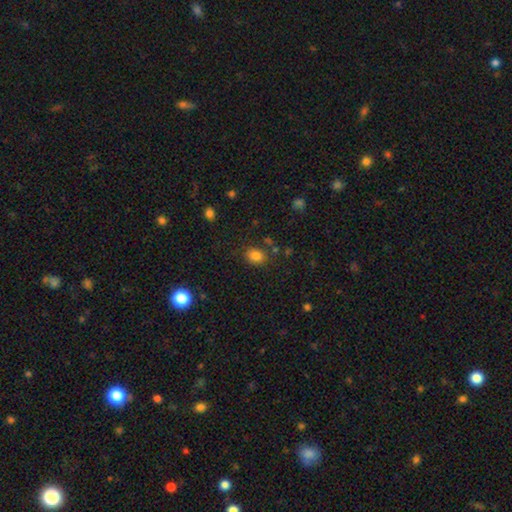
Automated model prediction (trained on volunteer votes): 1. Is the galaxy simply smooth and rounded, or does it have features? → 82% smooth, 13% star or artifact, 5% featured or disk.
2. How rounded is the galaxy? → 51% in between, 48% round, 1% cigar-shaped.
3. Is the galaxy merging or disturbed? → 78% none, 13% minor disturbance, 5% merger, 4% major disturbance.